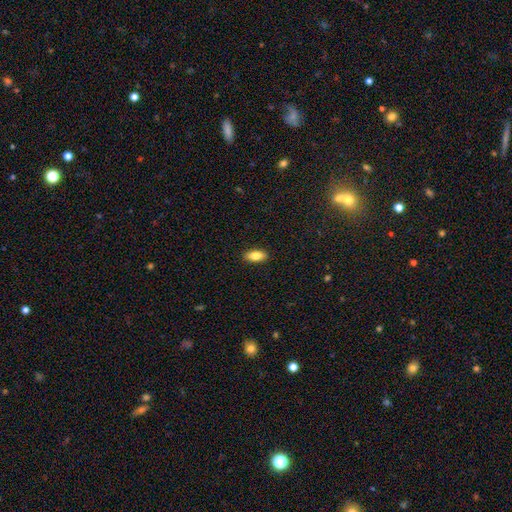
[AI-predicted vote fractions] The model was most divided on "smooth or featured": smooth: 83%, featured or disk: 10%, star or artifact: 7%. More confident: merging — none (90%); how rounded — in between (85%).